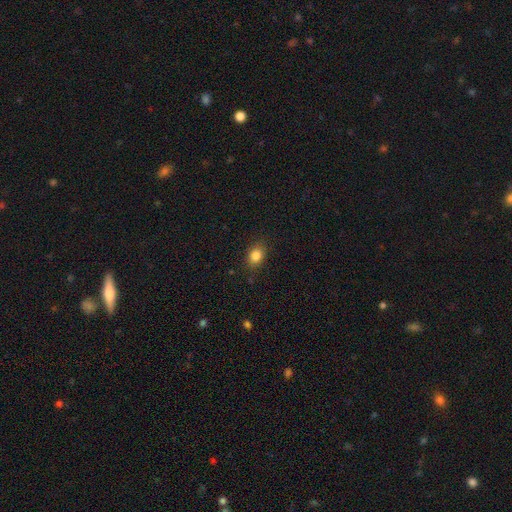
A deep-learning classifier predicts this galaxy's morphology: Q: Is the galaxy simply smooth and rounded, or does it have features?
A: smooth — 84%.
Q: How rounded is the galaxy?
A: in between — 66%.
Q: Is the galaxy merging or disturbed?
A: none — 84%.